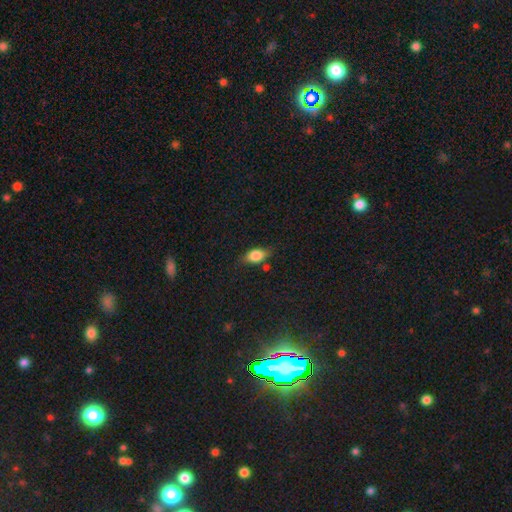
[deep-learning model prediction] Morphology: type=smooth (78%); roundness=in between (83%); merging=none (70%).